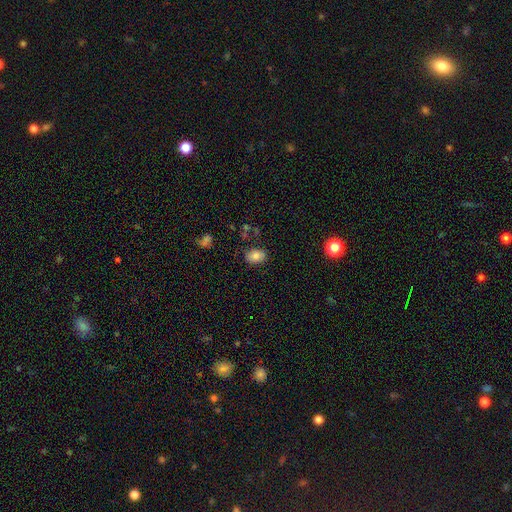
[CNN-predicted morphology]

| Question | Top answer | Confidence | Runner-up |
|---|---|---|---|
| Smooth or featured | smooth | 79% | star or artifact (10%) |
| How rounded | in between | 76% | round (23%) |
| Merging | none | 80% | minor disturbance (14%) |